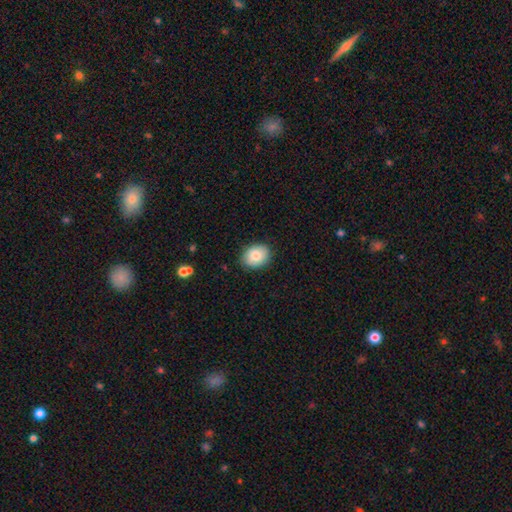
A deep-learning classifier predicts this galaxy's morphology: type=smooth (82%); roundness=in between (63%); merging=none (86%).